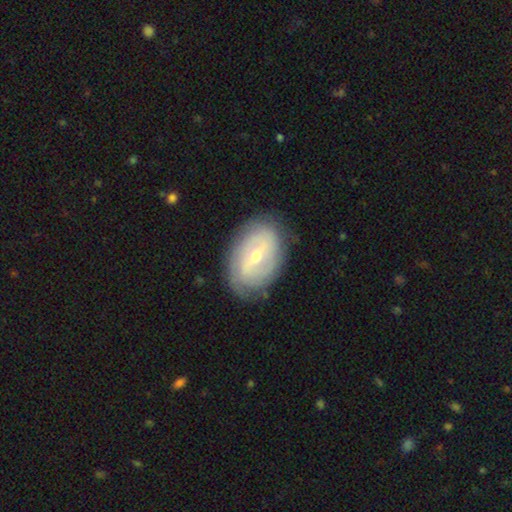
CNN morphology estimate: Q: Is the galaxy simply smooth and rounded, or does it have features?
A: featured or disk — 74%.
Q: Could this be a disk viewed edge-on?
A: no — 94%.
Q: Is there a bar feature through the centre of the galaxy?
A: weak — 49%.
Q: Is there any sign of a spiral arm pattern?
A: yes — 77%.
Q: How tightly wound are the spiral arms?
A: tight — 62%.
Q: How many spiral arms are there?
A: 2 — 45%.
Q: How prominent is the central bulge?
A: moderate — 53%.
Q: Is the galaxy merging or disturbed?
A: none — 79%.